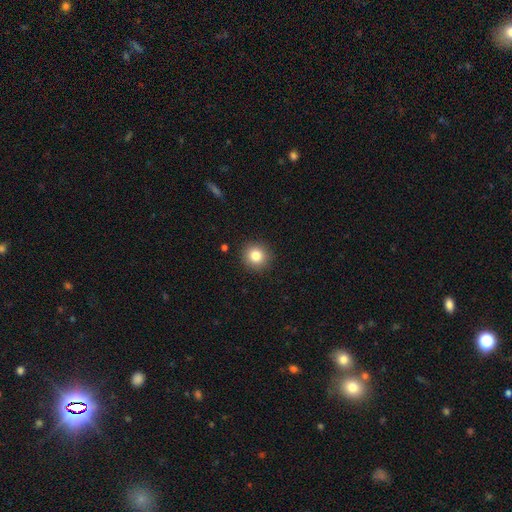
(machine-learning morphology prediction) Smooth or featured? Predicted: smooth (p=0.83). How rounded? Predicted: round (p=0.93). Merging? Predicted: none (p=0.91).